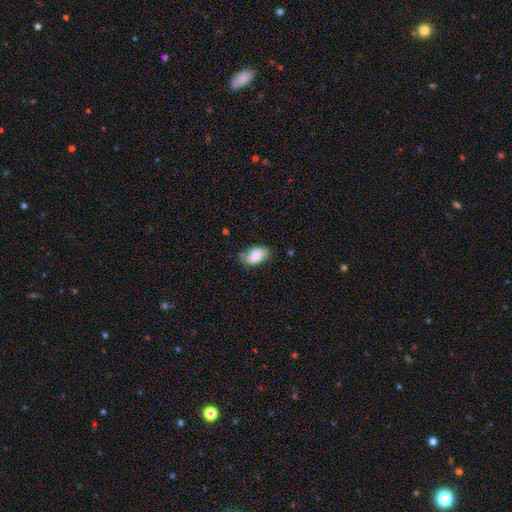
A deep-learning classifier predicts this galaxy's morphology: Smooth or featured? smooth (78%)
How rounded? in between (92%)
Merging? none (63%)